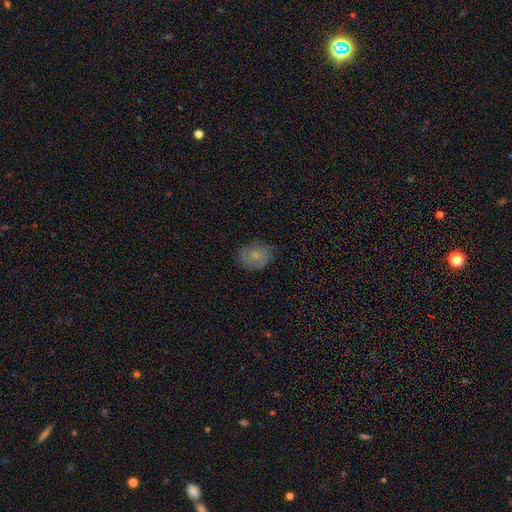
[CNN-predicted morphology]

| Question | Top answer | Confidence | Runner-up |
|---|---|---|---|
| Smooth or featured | smooth | 59% | featured or disk (32%) |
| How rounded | round | 52% | in between (47%) |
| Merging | none | 68% | minor disturbance (24%) |